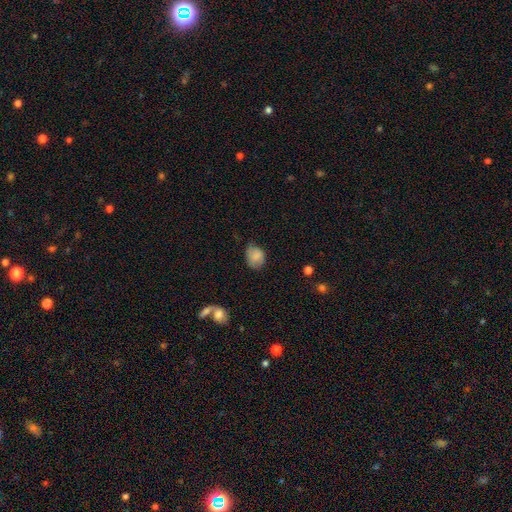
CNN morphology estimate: A smooth galaxy with no disk features (80%) that is in between round and cigar-shaped (61%). Merging: none (54%).